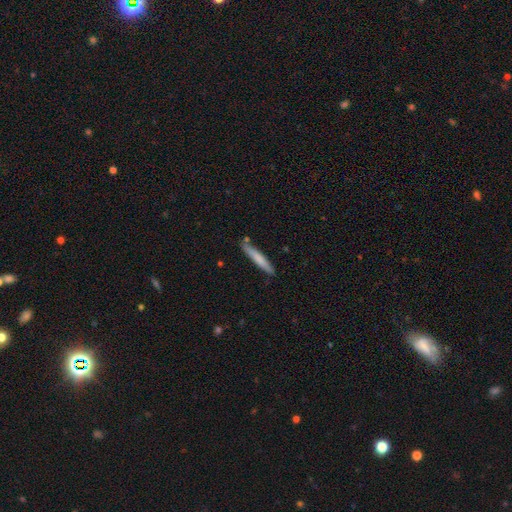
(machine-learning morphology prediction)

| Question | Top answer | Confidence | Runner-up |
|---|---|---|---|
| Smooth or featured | smooth | 69% | featured or disk (25%) |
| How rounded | cigar-shaped | 95% | in between (4%) |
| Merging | none | 84% | minor disturbance (11%) |